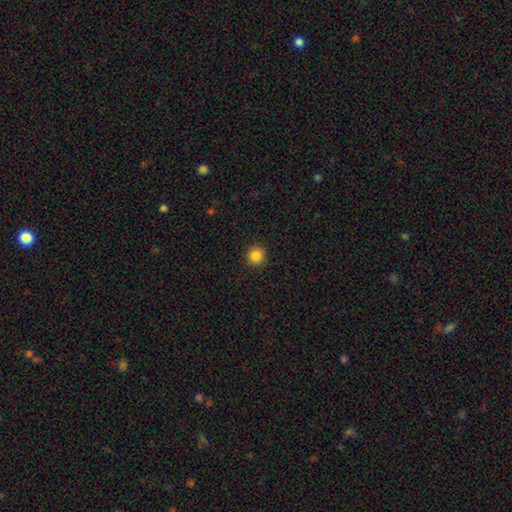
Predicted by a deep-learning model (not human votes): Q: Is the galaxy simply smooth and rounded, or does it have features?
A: smooth — 85%.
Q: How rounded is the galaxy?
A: round — 94%.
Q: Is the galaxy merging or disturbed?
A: none — 92%.